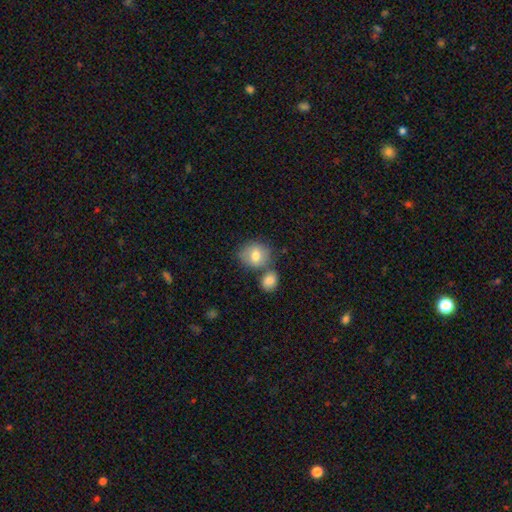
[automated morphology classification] Overall: smooth (77%). How rounded: round (69%; in between 30%). Merging: none (57%; merger 26%).